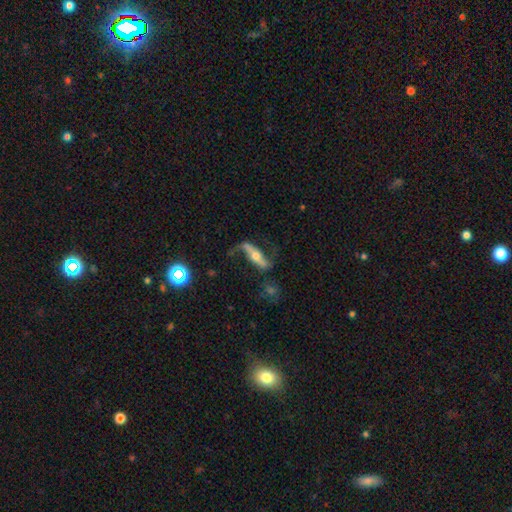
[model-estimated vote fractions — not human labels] Morphology: type=featured or disk (76%); edge-on=no (65%); merging=none (62%).